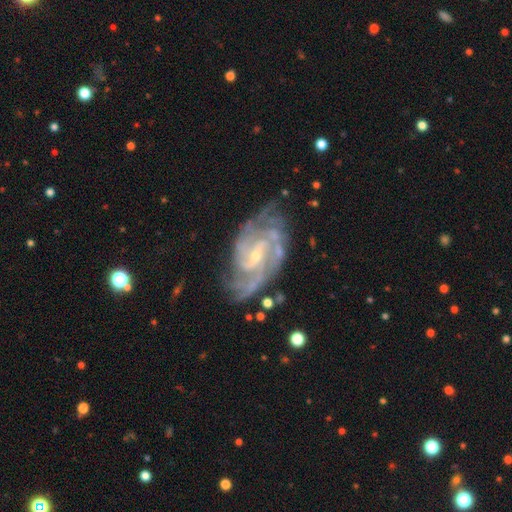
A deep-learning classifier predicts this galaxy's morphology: featured or disk 91%, star or artifact 5%, smooth 4%. Down the decision tree: edge-on disk — no (97%); bar — weak (50%); spiral arms — yes (98%); spiral arm count — 2 (33%); spiral winding — tight (48%); bulge size — small (76%); merging — none (68%).